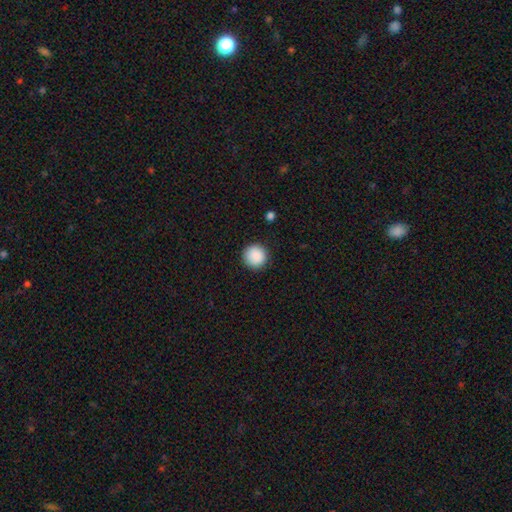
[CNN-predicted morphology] smooth 89%, star or artifact 8%, featured or disk 3%. Down the decision tree: how rounded — round (95%); merging — none (91%).